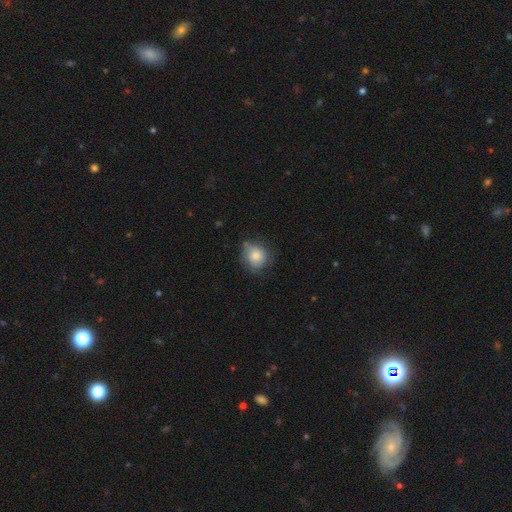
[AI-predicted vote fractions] smooth-or-featured: smooth: 77% | featured or disk: 15% | star or artifact: 8%
  how-rounded: round: 77% | in between: 22% | cigar-shaped: 1%
  merging: none: 61% | minor disturbance: 29% | major disturbance: 8% | merger: 3%